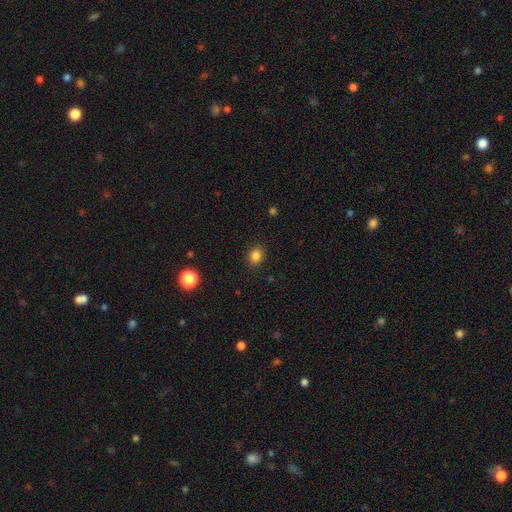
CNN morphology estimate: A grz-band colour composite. It shows a smooth galaxy with no disk features (83%) that is round (61%). Merging: none (89%).